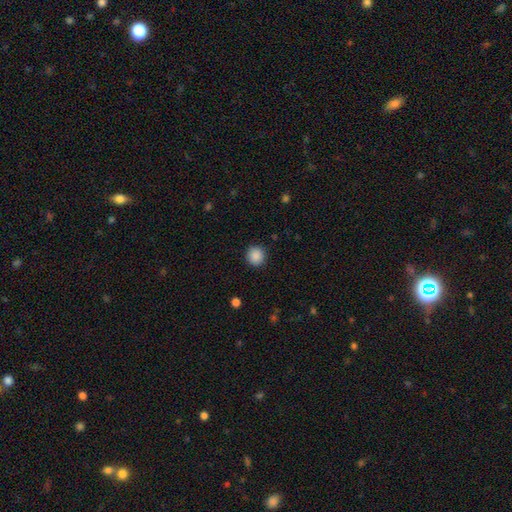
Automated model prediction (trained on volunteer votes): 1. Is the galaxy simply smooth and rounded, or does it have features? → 89% smooth, 9% star or artifact, 3% featured or disk.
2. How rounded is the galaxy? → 92% round, 7% in between, 1% cigar-shaped.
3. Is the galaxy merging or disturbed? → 91% none, 6% minor disturbance, 2% major disturbance, 1% merger.